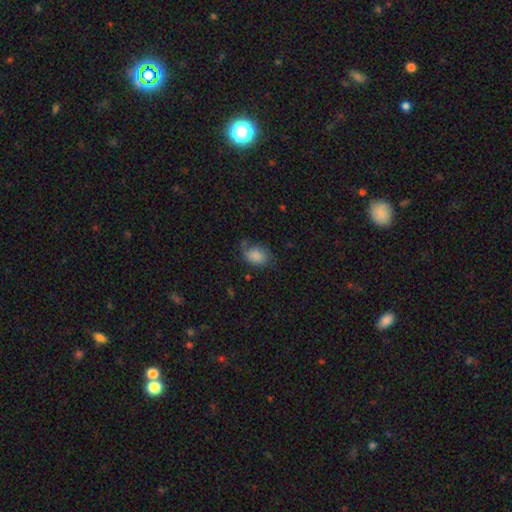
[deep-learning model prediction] Morphology: type=smooth (85%); roundness=in between (78%); merging=none (63%).